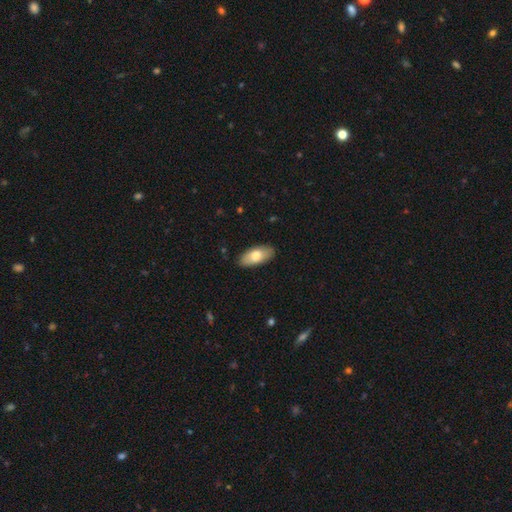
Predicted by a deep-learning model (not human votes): The model was most divided on "smooth or featured": smooth: 76%, featured or disk: 18%, star or artifact: 5%. More confident: how rounded — in between (89%); merging — none (87%).